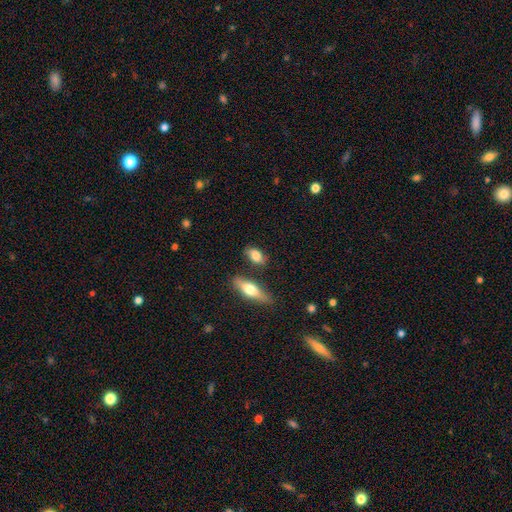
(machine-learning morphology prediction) Overall: smooth (78%). How rounded: in between (83%). Merging: none (71%).